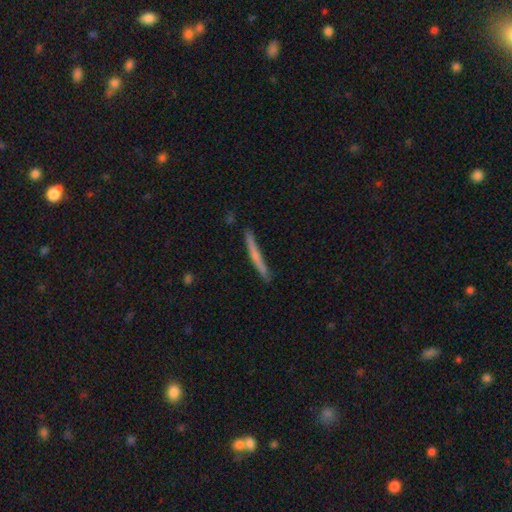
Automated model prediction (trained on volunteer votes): smooth_or_featured: smooth (p=0.53) [alt: featured or disk p=0.41]
how_rounded: cigar-shaped (p=0.96) [alt: in between p=0.02]
merging: none (p=0.85) [alt: minor disturbance p=0.11]